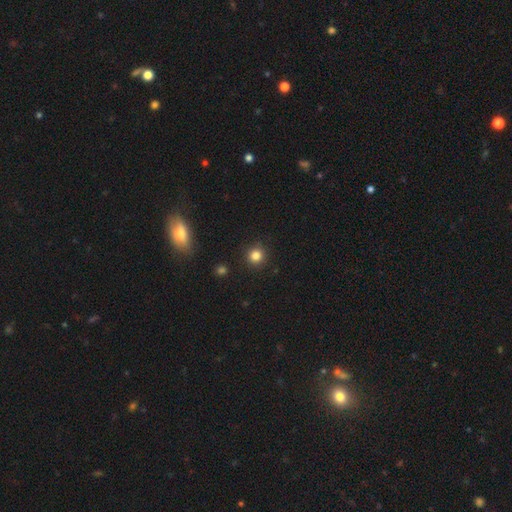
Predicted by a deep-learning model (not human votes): The model was most divided on "smooth or featured": smooth: 83%, star or artifact: 12%, featured or disk: 4%. More confident: how rounded — round (93%); merging — none (91%).